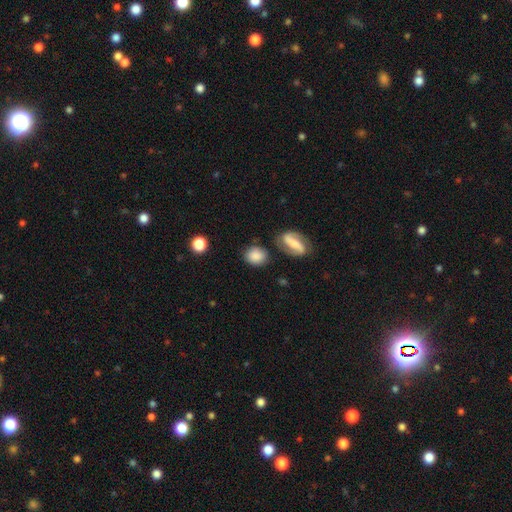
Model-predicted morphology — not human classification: Smooth or featured?
  - smooth: 79% *
  - featured or disk: 13%
  - star or artifact: 8%
How rounded?
  - round: 63% *
  - in between: 35%
  - cigar-shaped: 2%
Merging?
  - none: 74% *
  - minor disturbance: 14%
  - merger: 7%
  - major disturbance: 4%